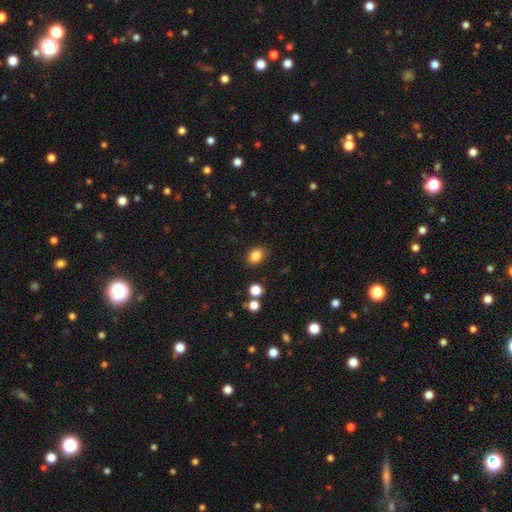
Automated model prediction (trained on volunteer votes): Morphology: type=smooth (84%); roundness=in between (69%); merging=none (84%).